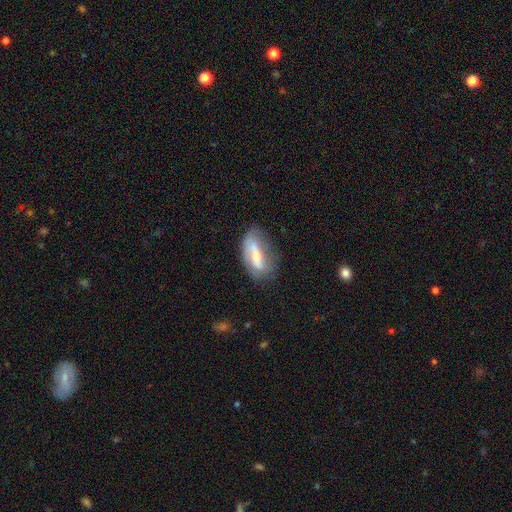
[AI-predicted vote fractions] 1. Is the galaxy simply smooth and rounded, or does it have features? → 51% featured or disk, 42% smooth, 7% star or artifact.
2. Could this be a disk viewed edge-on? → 82% no, 18% yes.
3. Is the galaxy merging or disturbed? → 57% none, 27% minor disturbance, 13% major disturbance, 3% merger.